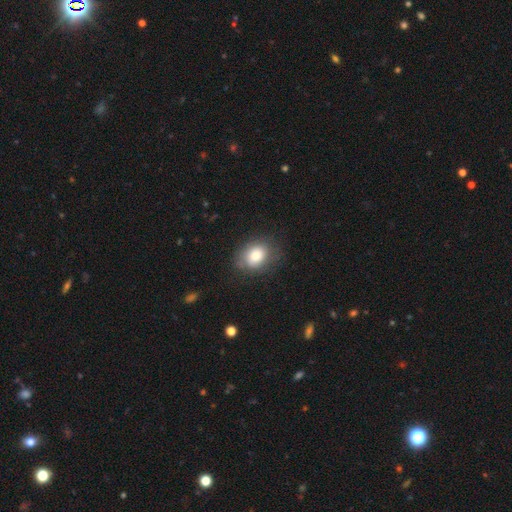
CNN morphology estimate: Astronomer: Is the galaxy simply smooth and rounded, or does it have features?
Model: smooth — 80%.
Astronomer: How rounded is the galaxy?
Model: in between — 58% (runner-up: round, 41%).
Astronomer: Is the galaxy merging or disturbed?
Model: none — 70%.